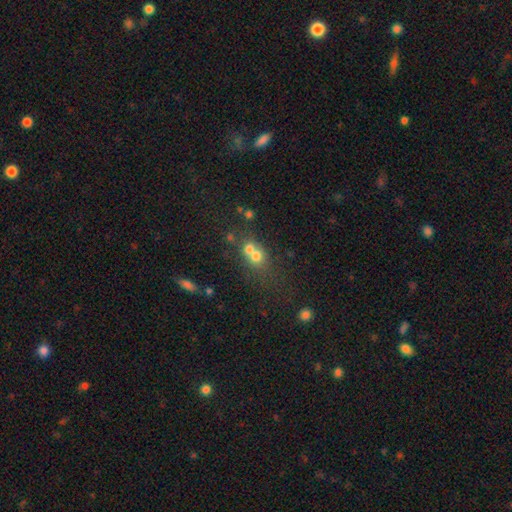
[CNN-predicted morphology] smooth-or-featured: smooth: 66% | featured or disk: 19% | star or artifact: 15%
  how-rounded: round: 71% | in between: 28% | cigar-shaped: 2%
  merging: merger: 62% | none: 28% | minor disturbance: 6% | major disturbance: 4%